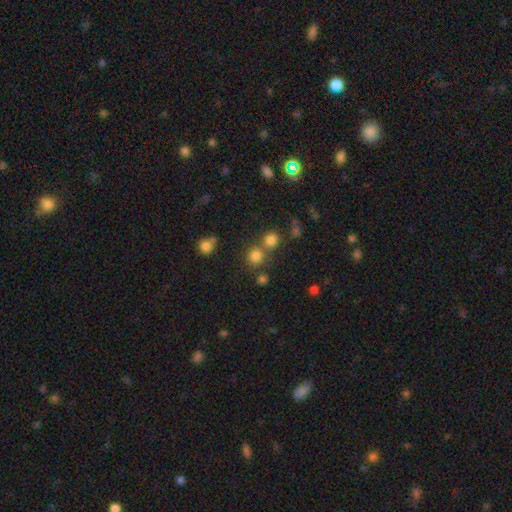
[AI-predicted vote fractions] Smooth or featured: smooth — 77% (star or artifact — 17%)
How rounded: round — 86% (in between — 13%)
Merging: none — 61% (merger — 28%)